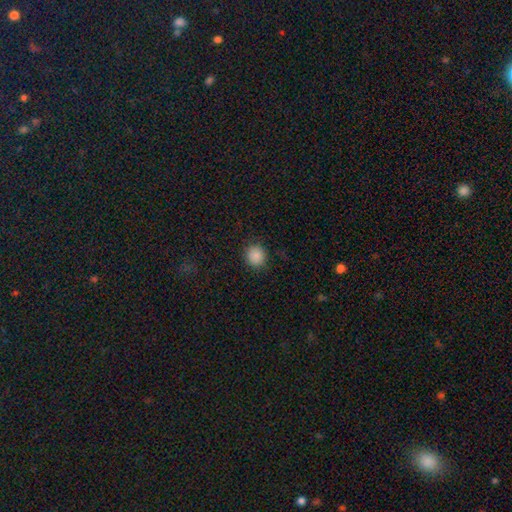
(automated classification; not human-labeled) This is clearly a smooth galaxy (88%). How rounded: clearly round (90%). Merging: clearly none (89%).